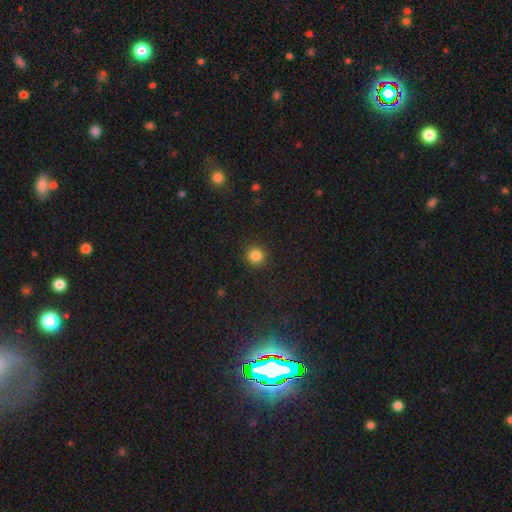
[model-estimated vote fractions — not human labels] Smooth or featured: smooth — 85% (star or artifact — 12%)
How rounded: round — 94% (in between — 5%)
Merging: none — 91% (minor disturbance — 6%)